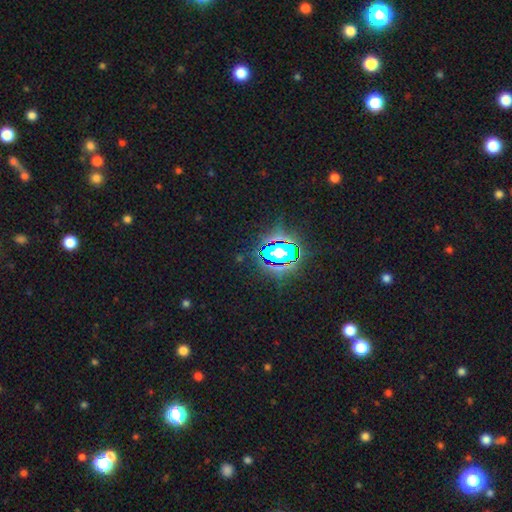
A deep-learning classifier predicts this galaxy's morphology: A star or artifact, not a galaxy (82%).